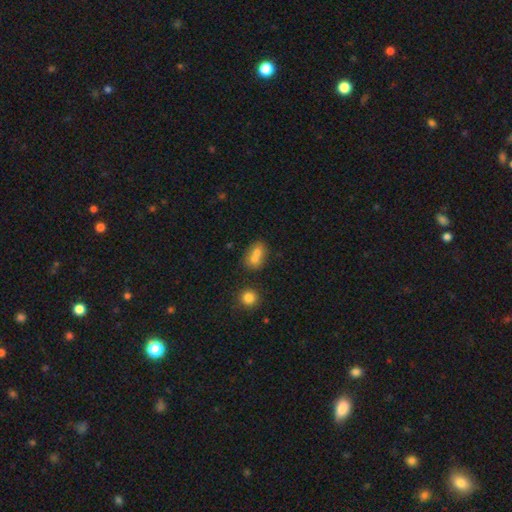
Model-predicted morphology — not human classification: This is likely a smooth galaxy (70%). How rounded: possibly in between (50%). Merging: likely merger (61%).